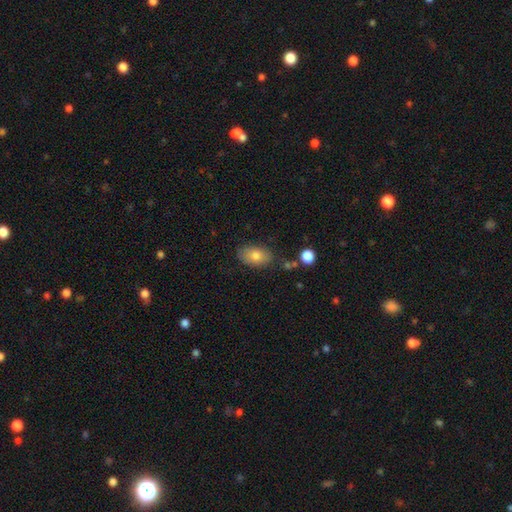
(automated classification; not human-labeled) Smooth or featured? smooth (78%)
How rounded? in between (88%)
Merging? none (77%)